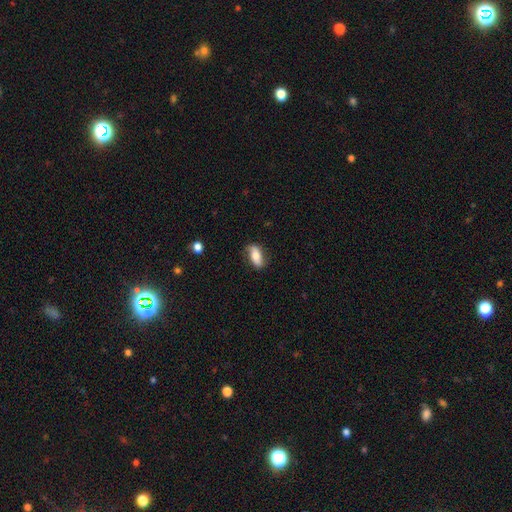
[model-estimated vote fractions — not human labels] Smooth or featured? smooth (59%)
How rounded? in between (81%)
Merging? none (76%)